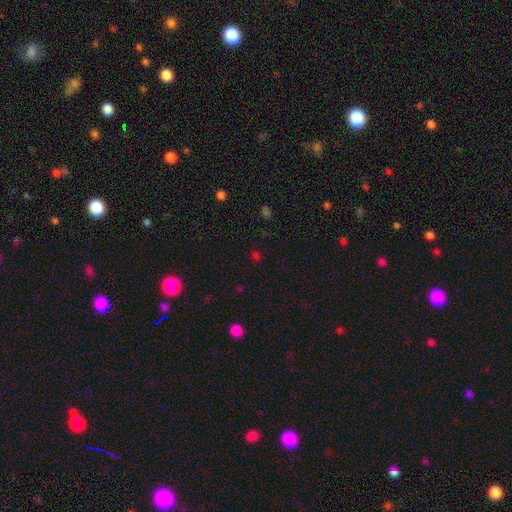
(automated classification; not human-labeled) Smooth or featured? Predicted: star or artifact (p=0.49).